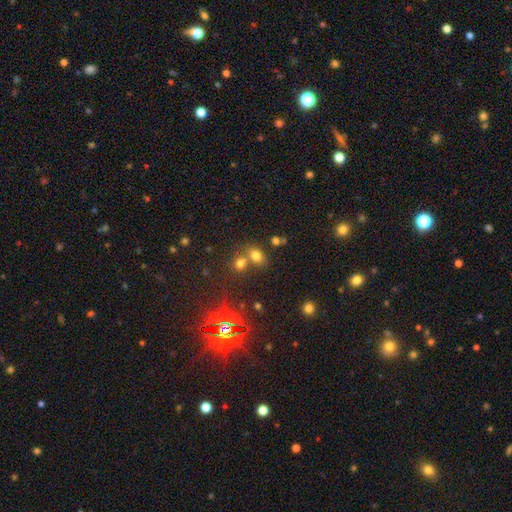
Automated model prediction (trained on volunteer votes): Q: Smooth or featured?
A: smooth (72%); runner-up: star or artifact (18%)
Q: How rounded?
A: in between (72%); runner-up: round (27%)
Q: Merging?
A: none (49%); runner-up: merger (37%)